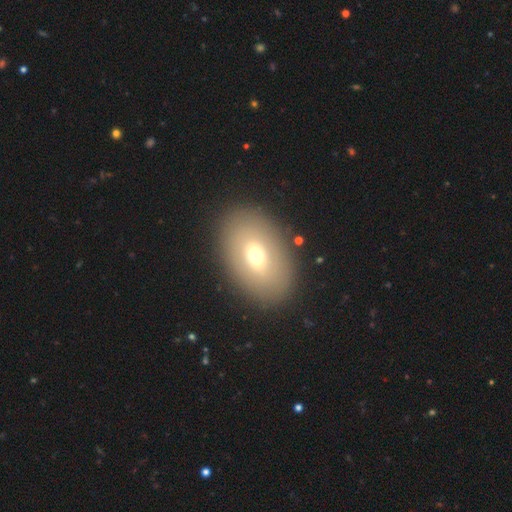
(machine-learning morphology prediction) A smooth galaxy with no disk features (62%) that is in between round and cigar-shaped (83%). Merging: none (87%).